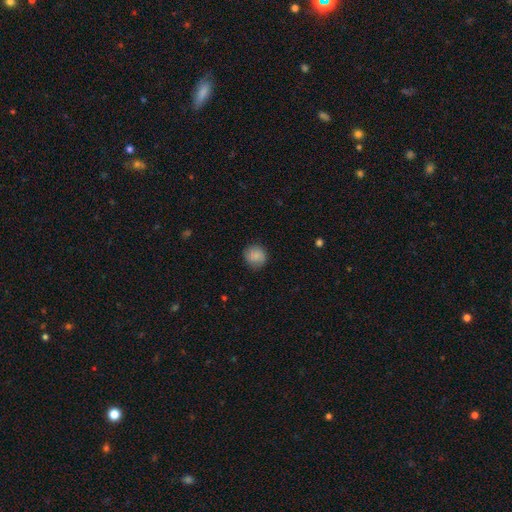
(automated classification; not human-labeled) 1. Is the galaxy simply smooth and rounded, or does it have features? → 84% smooth, 9% star or artifact, 7% featured or disk.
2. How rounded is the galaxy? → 89% round, 10% in between, 1% cigar-shaped.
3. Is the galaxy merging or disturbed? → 82% none, 13% minor disturbance, 3% major disturbance, 1% merger.